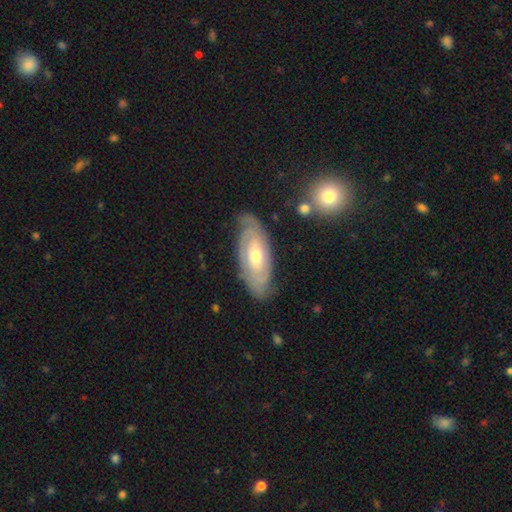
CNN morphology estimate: A featured or disk galaxy (75%) with no bar (66%), tight (74%) spiral arms (84%) and a moderate central bulge (60%). Merging: none (77%).